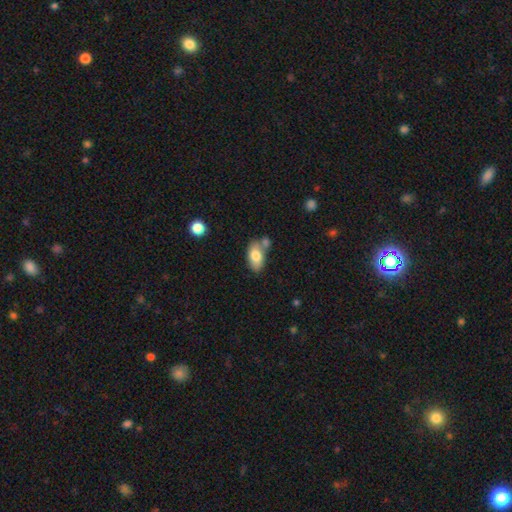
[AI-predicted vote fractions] A smooth galaxy with no disk features (77%) that is in between round and cigar-shaped (92%).

Vote fractions:
- Smooth or featured? smooth: 77% / featured or disk: 16% / star or artifact: 7%
- How rounded? in between: 92% / round: 5% / cigar-shaped: 3%
- Merging? none: 52% / merger: 26% / minor disturbance: 17% / major disturbance: 5%